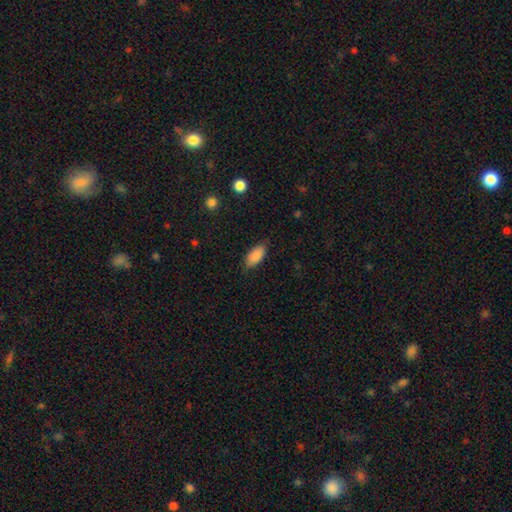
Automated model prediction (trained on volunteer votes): Smooth or featured? Predicted: smooth (p=0.87). How rounded? Predicted: in between (p=0.90). Merging? Predicted: none (p=0.80).